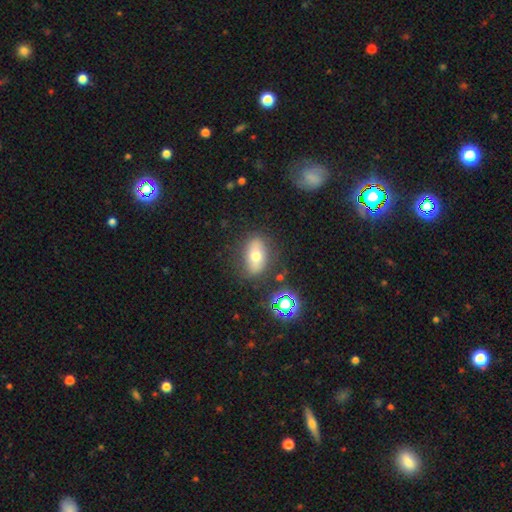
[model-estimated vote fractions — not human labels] Smooth or featured?
  - smooth: 59% *
  - featured or disk: 27%
  - star or artifact: 13%
How rounded?
  - in between: 79% *
  - round: 11%
  - cigar-shaped: 9%
Merging?
  - none: 78% *
  - minor disturbance: 14%
  - major disturbance: 4%
  - merger: 4%